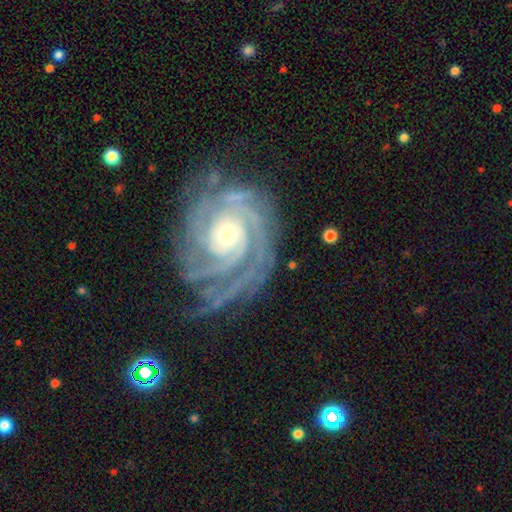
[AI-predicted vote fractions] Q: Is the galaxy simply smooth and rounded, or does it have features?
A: featured or disk — 89%.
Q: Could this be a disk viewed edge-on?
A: no — 97%.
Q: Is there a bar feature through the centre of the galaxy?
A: no — 71%.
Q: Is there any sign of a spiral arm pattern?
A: yes — 98%.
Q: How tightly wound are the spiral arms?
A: tight — 81%.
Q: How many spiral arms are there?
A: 3 — 28%.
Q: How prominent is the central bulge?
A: small — 52%.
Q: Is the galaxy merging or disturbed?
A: none — 76%.